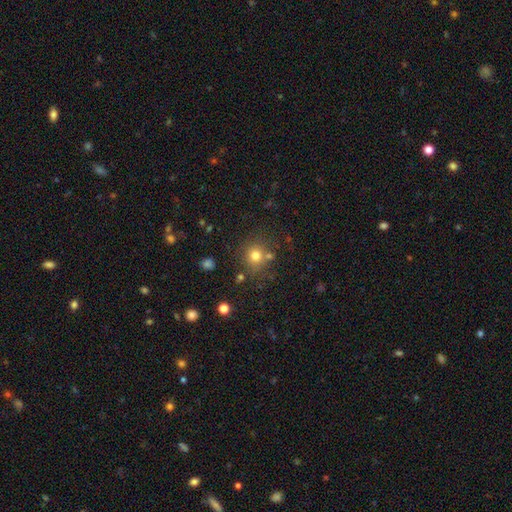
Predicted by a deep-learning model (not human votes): The model was most divided on "smooth or featured": smooth: 74%, star or artifact: 17%, featured or disk: 9%. More confident: how rounded — round (89%); merging — none (73%).